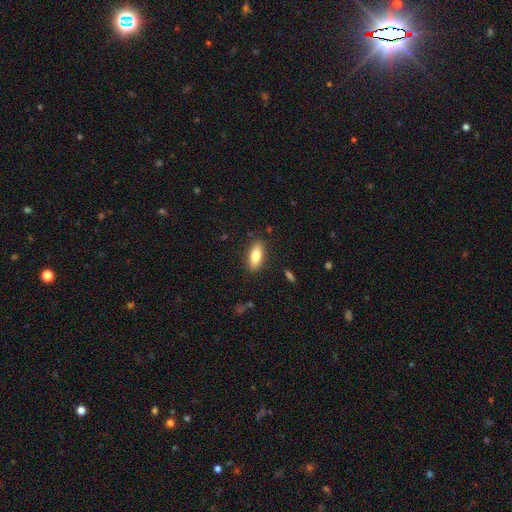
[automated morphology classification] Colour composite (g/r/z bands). It shows a smooth galaxy with no disk features (78%) that is in between round and cigar-shaped (79%). Merging: none (87%).